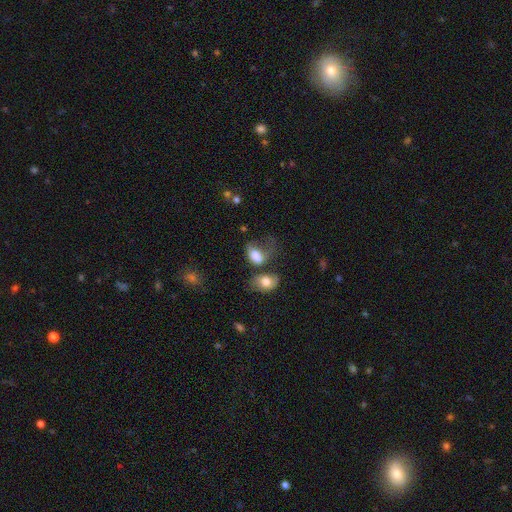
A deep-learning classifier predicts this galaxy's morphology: type=smooth (74%); roundness=in between (84%); merging=major disturbance (36%).